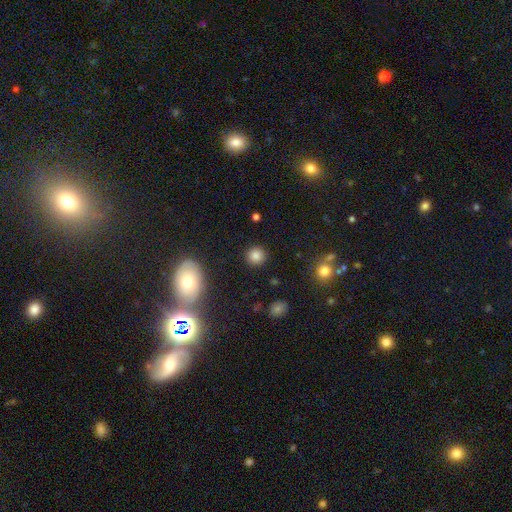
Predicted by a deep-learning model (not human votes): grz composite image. It shows a smooth galaxy with no disk features (83%) that is round (92%). Merging: none (90%).